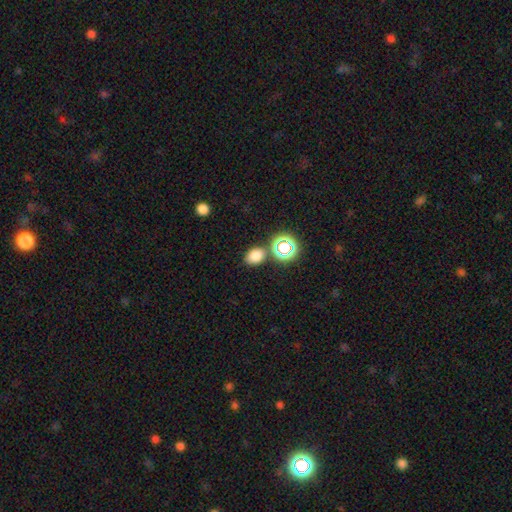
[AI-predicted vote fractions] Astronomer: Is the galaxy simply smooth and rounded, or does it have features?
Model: smooth — 76%.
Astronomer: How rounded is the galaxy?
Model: in between — 65%.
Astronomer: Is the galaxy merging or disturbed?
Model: none — 76%.